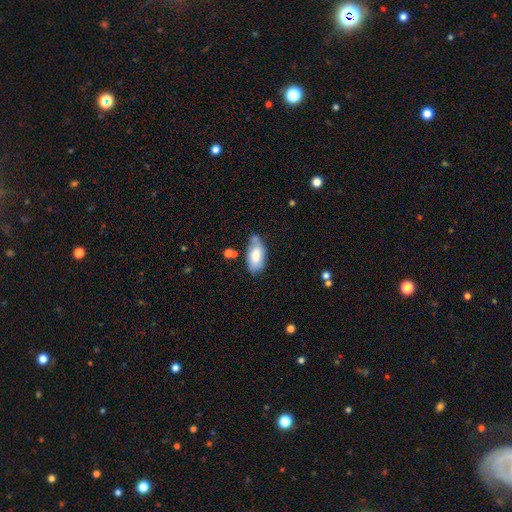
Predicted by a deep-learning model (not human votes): A smooth galaxy with no disk features (76%) that is in between round and cigar-shaped (92%). Merging: none (52%).